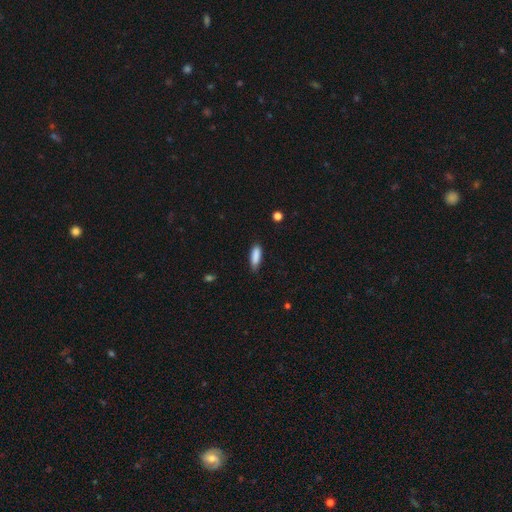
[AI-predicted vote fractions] Smooth or featured: smooth — 87% (star or artifact — 7%)
How rounded: in between — 51% (cigar-shaped — 47%)
Merging: none — 77% (minor disturbance — 19%)